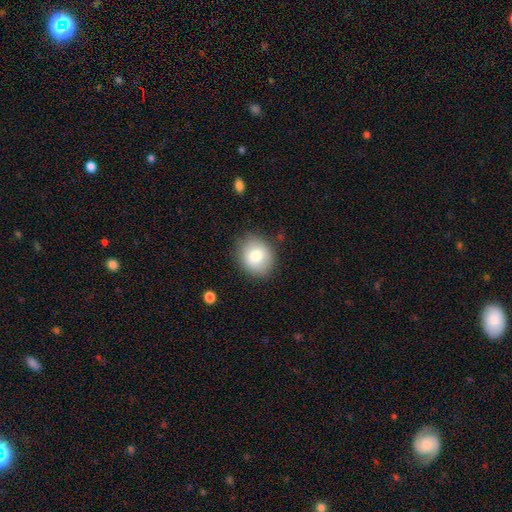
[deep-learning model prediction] smooth 78%, featured or disk 14%, star or artifact 8%. Down the decision tree: how rounded — round (64%); merging — none (82%).